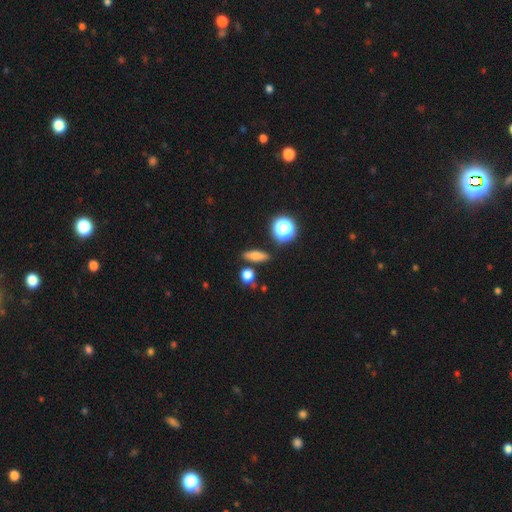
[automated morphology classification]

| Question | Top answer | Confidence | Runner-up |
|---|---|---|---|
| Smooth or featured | smooth | 72% | featured or disk (14%) |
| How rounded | in between | 48% | cigar-shaped (37%) |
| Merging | none | 83% | minor disturbance (9%) |